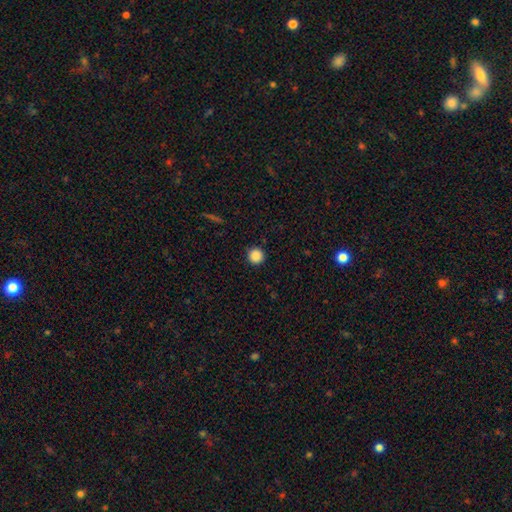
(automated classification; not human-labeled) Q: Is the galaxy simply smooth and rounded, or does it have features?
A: smooth — 88%.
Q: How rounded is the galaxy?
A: round — 96%.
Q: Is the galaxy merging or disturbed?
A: none — 92%.